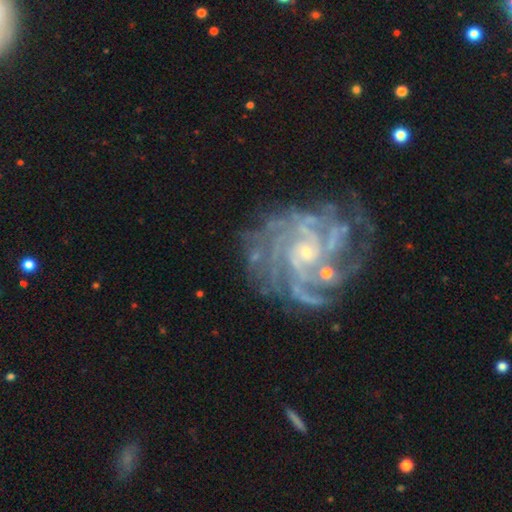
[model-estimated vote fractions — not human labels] smooth-or-featured: featured or disk: 89% | star or artifact: 7% | smooth: 4%
  disk-edge-on: no: 98% | yes: 2%
    bar: no: 68% | weak: 24% | strong: 7%
    has-spiral-arms: yes: 97% | no: 3%
      spiral-winding: tight: 64% | medium: 30% | loose: 6%
      spiral-arm-count: 4: 23% (tied) | can't tell: 23% (tied) | more than 4: 22% | 3: 14% | 2: 10% | 1: 8%
    bulge-size: small: 78% | moderate: 16% | none: 4% | large: 1% | dominant: 1%
  merging: none: 68% | minor disturbance: 18% | major disturbance: 11% | merger: 3%